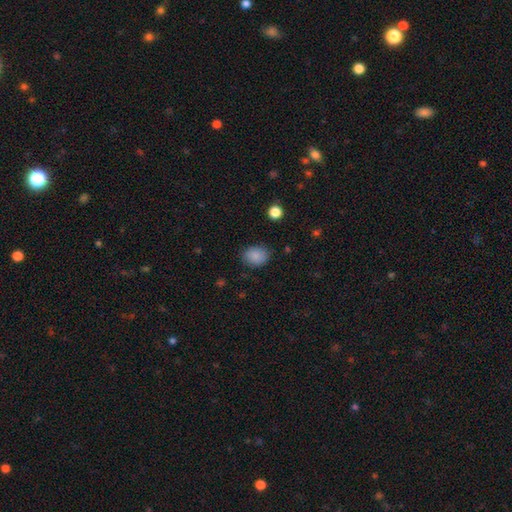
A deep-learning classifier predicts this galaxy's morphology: Smooth or featured? Predicted: smooth (p=0.86). How rounded? Predicted: in between (p=0.55). Merging? Predicted: none (p=0.83).